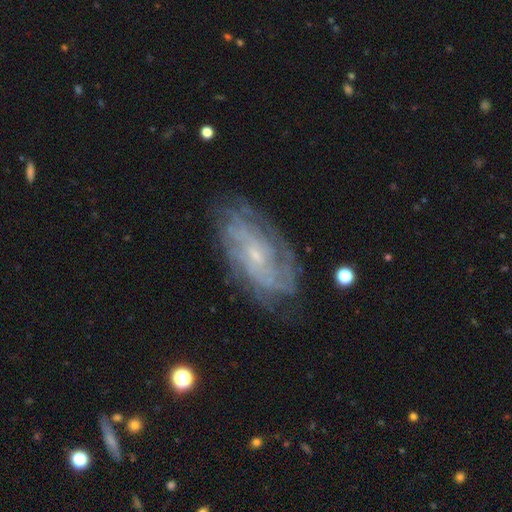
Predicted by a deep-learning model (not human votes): This is clearly a featured or disk galaxy (82%). It is clearly not viewed edge-on (94%). Bar: likely no (67%). Spiral arm pattern: clearly yes (92%). Spiral arm count: possibly can't tell (47%). Spiral winding: likely tight (62%). Central bulge: clearly small (81%). Merging: likely none (74%).